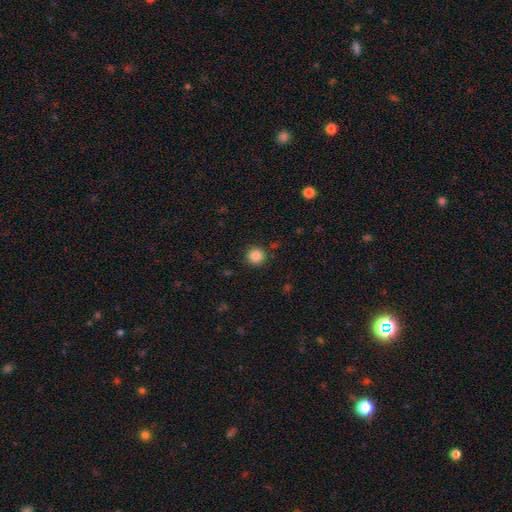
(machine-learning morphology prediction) smooth-or-featured: smooth: 86% | star or artifact: 10% | featured or disk: 4%
  how-rounded: round: 94% | in between: 5% | cigar-shaped: 1%
  merging: none: 90% | minor disturbance: 7% | major disturbance: 2% | merger: 2%